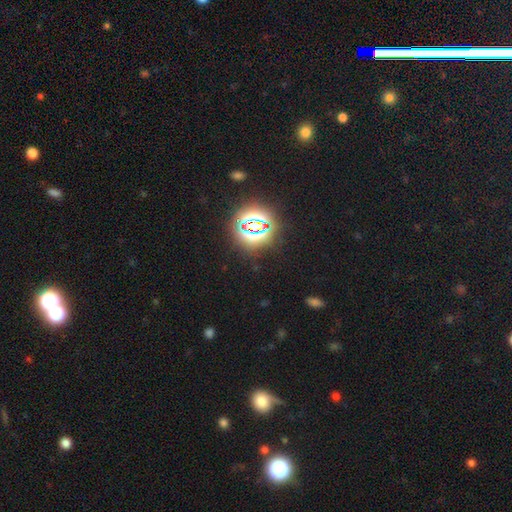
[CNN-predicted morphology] smooth-or-featured: star or artifact: 76% | smooth: 17% | featured or disk: 6%